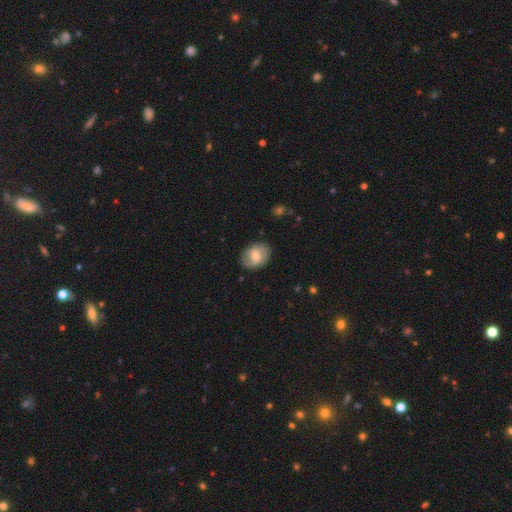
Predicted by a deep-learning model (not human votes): Smooth or featured? smooth (53%)
How rounded? in between (58%)
Merging? none (80%)